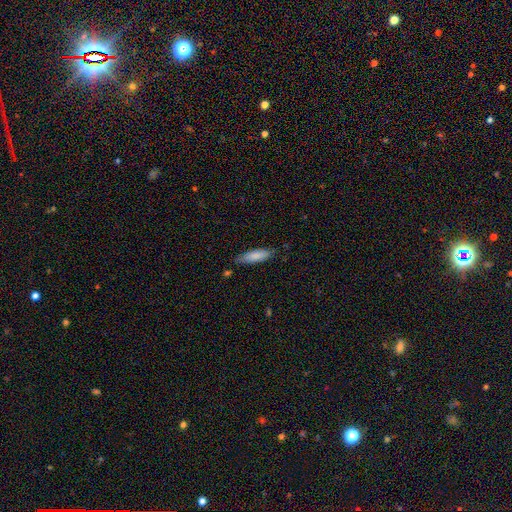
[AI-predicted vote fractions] Smooth or featured?
  - smooth: 82% *
  - featured or disk: 12%
  - star or artifact: 6%
How rounded?
  - cigar-shaped: 53% *
  - in between: 45%
  - round: 1%
Merging?
  - none: 75% *
  - minor disturbance: 19%
  - major disturbance: 3%
  - merger: 3%